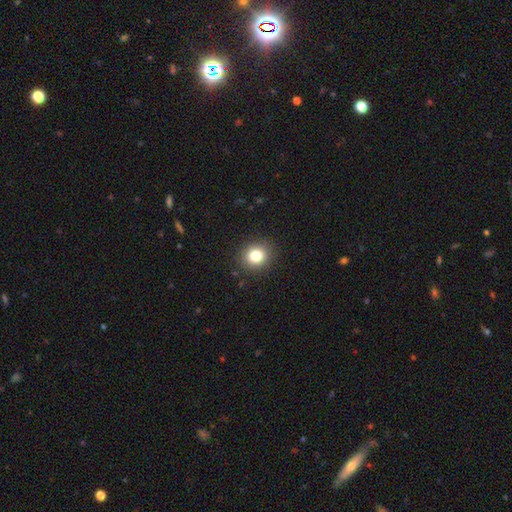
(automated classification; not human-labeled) This appears to be a smooth galaxy with no disk features (82%) that is round (78%). Merging: none (89%).